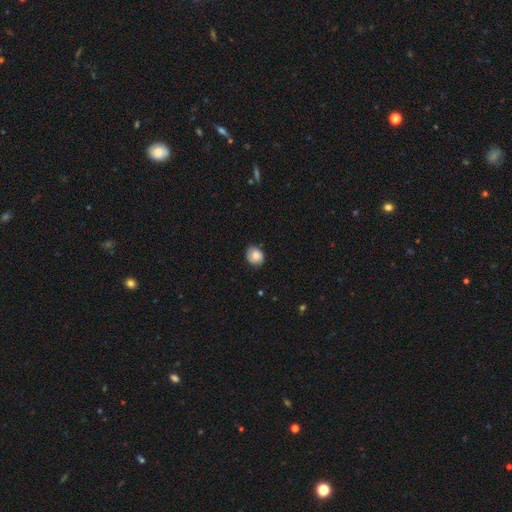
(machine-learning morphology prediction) smooth 70%, featured or disk 22%, star or artifact 8%. Down the decision tree: how rounded — round (61%); merging — none (80%).